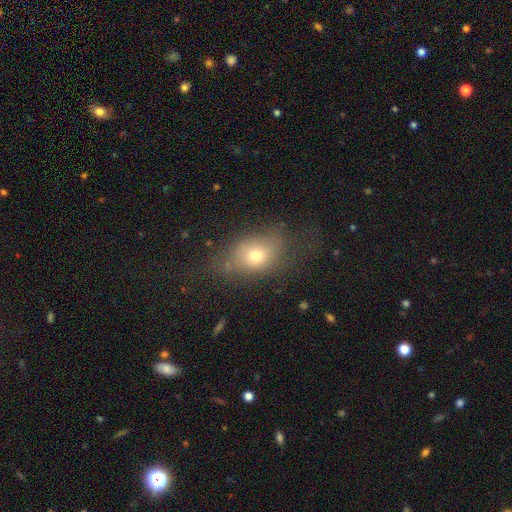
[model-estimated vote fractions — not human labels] Overall: smooth (68%). How rounded: in between (66%; round 32%). Merging: none (56%; minor disturbance 24%).